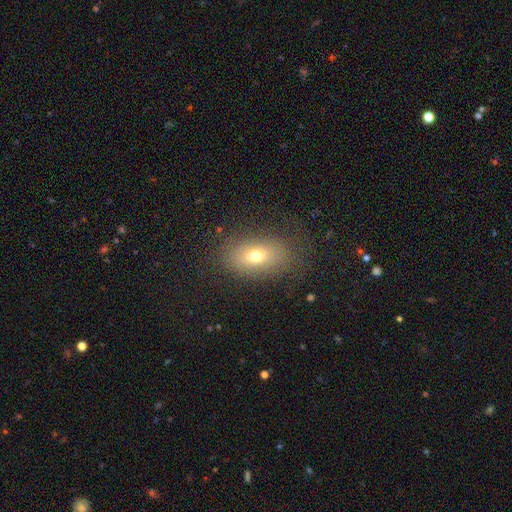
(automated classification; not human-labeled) Smooth or featured?
  - smooth: 69% *
  - featured or disk: 17%
  - star or artifact: 14%
How rounded?
  - in between: 80% *
  - round: 18%
  - cigar-shaped: 2%
Merging?
  - none: 76% *
  - minor disturbance: 14%
  - major disturbance: 9%
  - merger: 1%